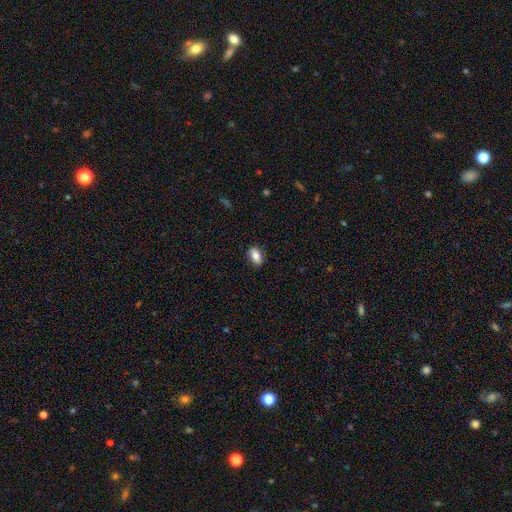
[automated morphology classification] This appears to be a smooth galaxy with no disk features (79%) that is in between round and cigar-shaped (87%). Merging: none (86%).